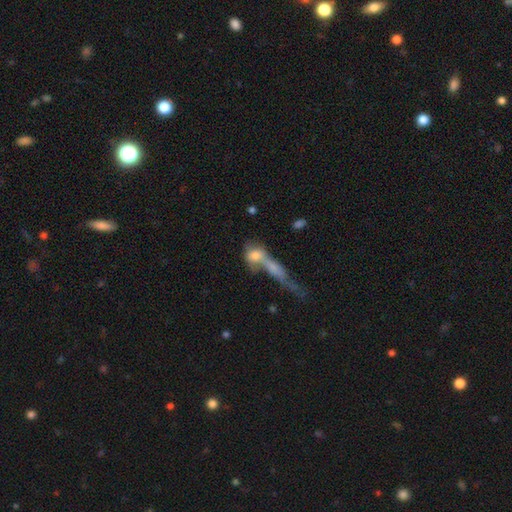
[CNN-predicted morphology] Overall: smooth (68%). How rounded: in between (50%; round 37%). Merging: merger (60%).